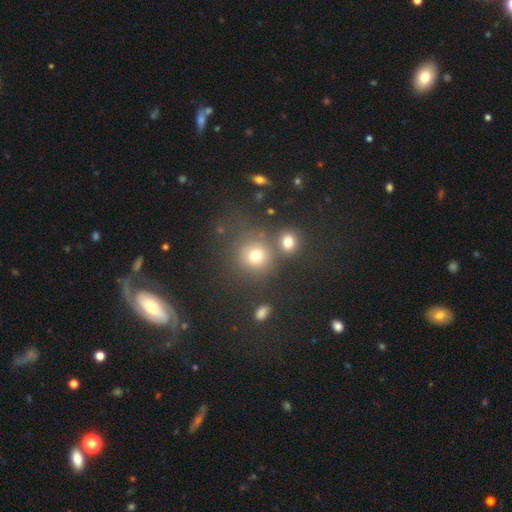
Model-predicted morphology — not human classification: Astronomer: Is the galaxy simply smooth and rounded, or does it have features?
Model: smooth — 73%.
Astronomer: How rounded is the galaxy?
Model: round — 87%.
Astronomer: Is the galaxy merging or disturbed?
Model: none — 66%.